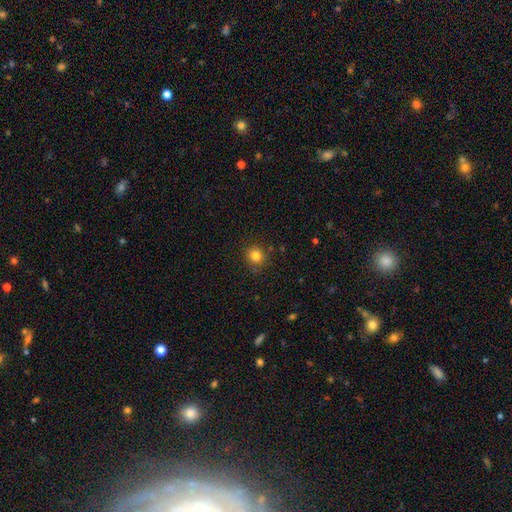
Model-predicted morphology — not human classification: smooth-or-featured: smooth: 82% | star or artifact: 13% | featured or disk: 6%
  how-rounded: round: 93% | in between: 6% | cigar-shaped: 1%
  merging: none: 88% | minor disturbance: 8% | major disturbance: 2% | merger: 2%